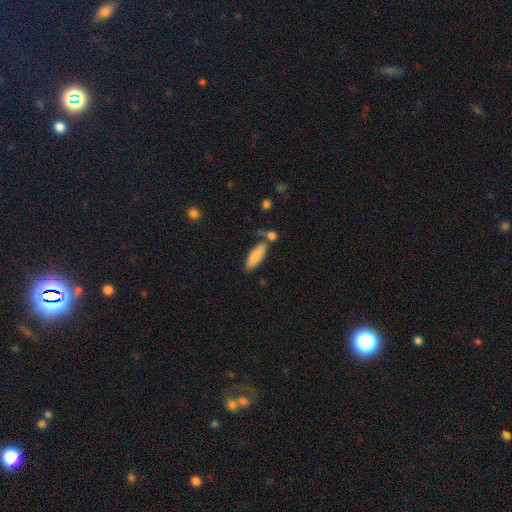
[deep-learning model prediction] A smooth galaxy with no disk features (81%) that is in between round and cigar-shaped (65%).

Vote fractions:
- Smooth or featured? smooth: 81% / featured or disk: 13% / star or artifact: 6%
- How rounded? in between: 65% / cigar-shaped: 33% / round: 2%
- Merging? none: 57% / merger: 19% / minor disturbance: 17% / major disturbance: 6%